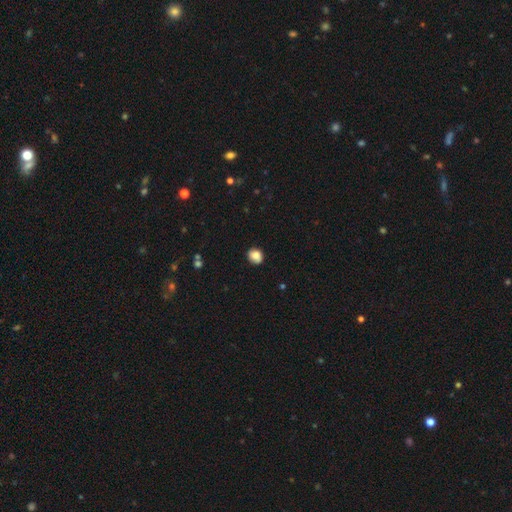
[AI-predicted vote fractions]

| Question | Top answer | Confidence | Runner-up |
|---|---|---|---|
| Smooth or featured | smooth | 87% | star or artifact (9%) |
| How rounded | round | 61% | in between (38%) |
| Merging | none | 84% | minor disturbance (13%) |